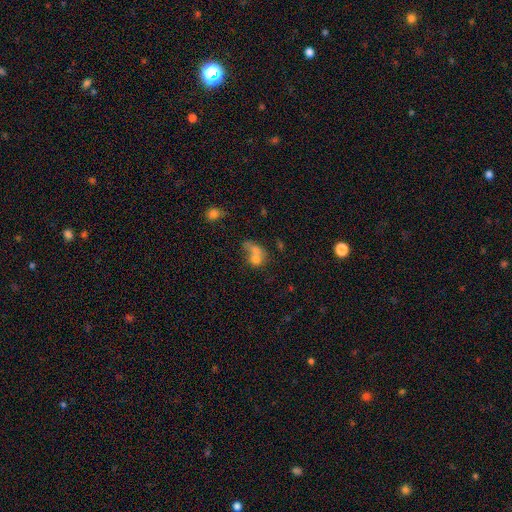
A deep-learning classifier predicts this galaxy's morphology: Smooth or featured: smooth — 69% (featured or disk — 19%)
How rounded: round — 52% (in between — 45%)
Merging: merger — 66% (none — 19%)